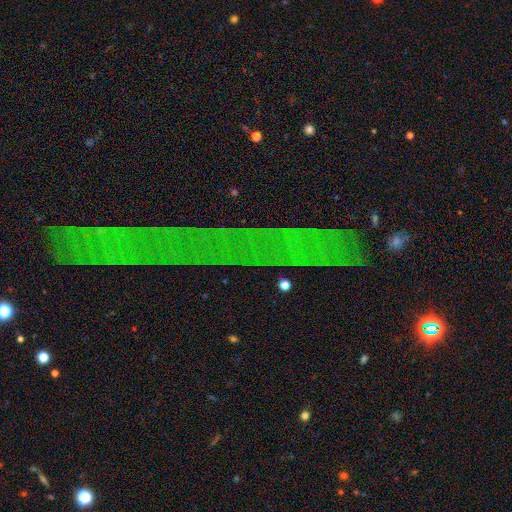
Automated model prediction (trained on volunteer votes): Q: Smooth or featured?
A: star or artifact (80%); runner-up: featured or disk (11%)